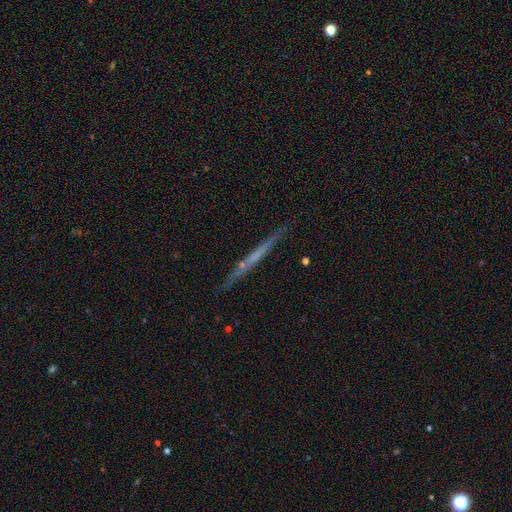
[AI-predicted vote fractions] Smooth or featured? featured or disk (59%)
Edge-on disk? yes (97%)
Edge-on bulge? none (83%)
Merging? none (87%)